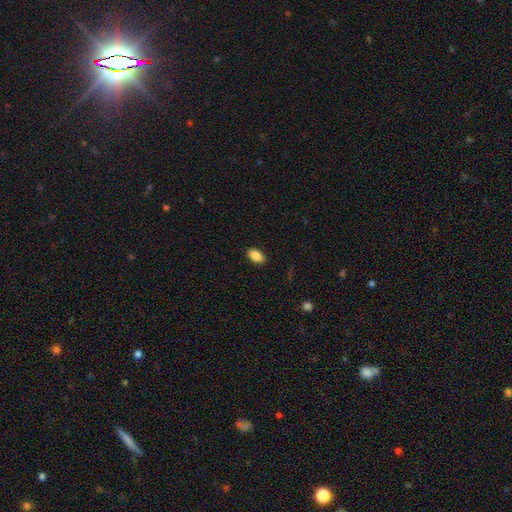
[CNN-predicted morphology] Smooth or featured? Predicted: smooth (p=0.87). How rounded? Predicted: in between (p=0.91). Merging? Predicted: none (p=0.90).